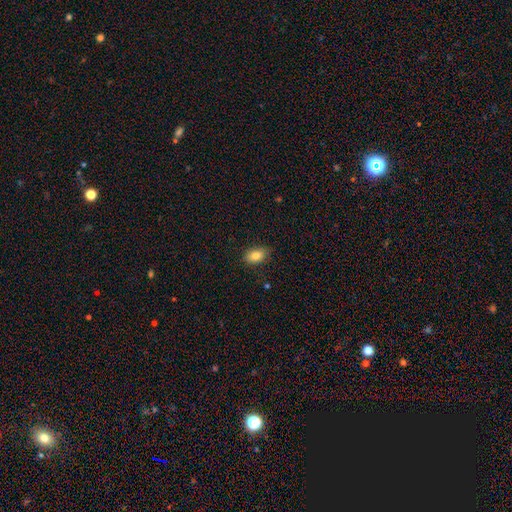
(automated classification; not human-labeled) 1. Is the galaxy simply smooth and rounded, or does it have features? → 84% smooth, 8% star or artifact, 8% featured or disk.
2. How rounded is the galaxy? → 87% in between, 10% round, 2% cigar-shaped.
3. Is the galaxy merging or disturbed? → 84% none, 12% minor disturbance, 2% major disturbance, 1% merger.